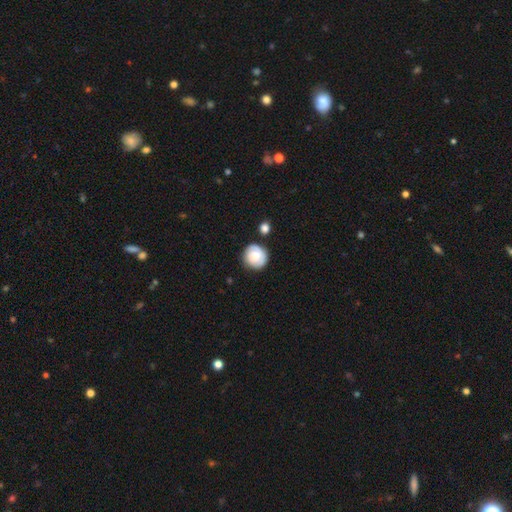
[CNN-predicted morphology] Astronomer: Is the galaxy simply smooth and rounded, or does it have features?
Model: smooth — 67%.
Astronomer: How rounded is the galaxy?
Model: round — 92%.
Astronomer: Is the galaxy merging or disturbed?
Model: none — 78%.